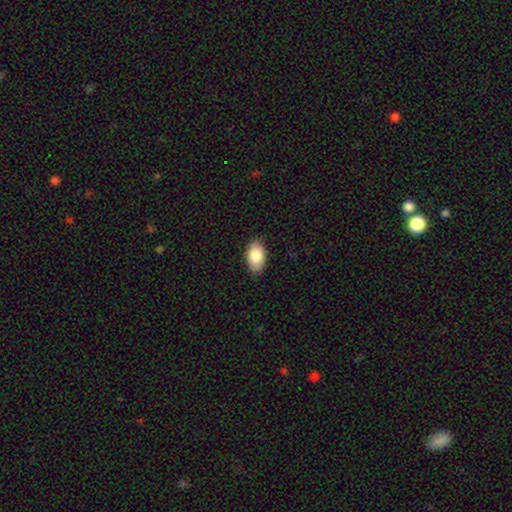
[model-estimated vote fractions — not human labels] Q: Smooth or featured?
A: smooth (86%); runner-up: featured or disk (8%)
Q: How rounded?
A: in between (94%); runner-up: round (5%)
Q: Merging?
A: none (84%); runner-up: minor disturbance (13%)